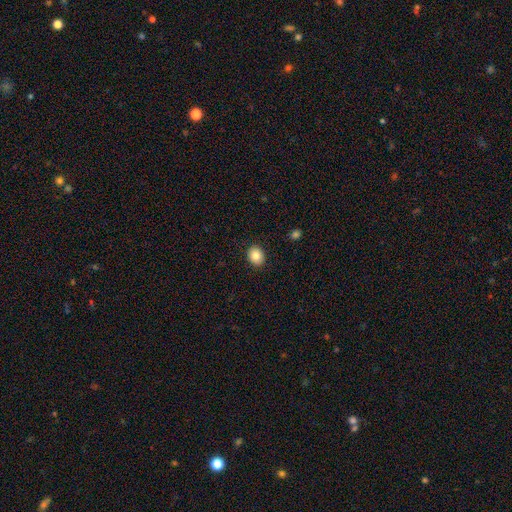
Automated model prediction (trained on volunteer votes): Q: Smooth or featured?
A: smooth (84%); runner-up: star or artifact (8%)
Q: How rounded?
A: round (58%); runner-up: in between (41%)
Q: Merging?
A: none (91%); runner-up: minor disturbance (6%)